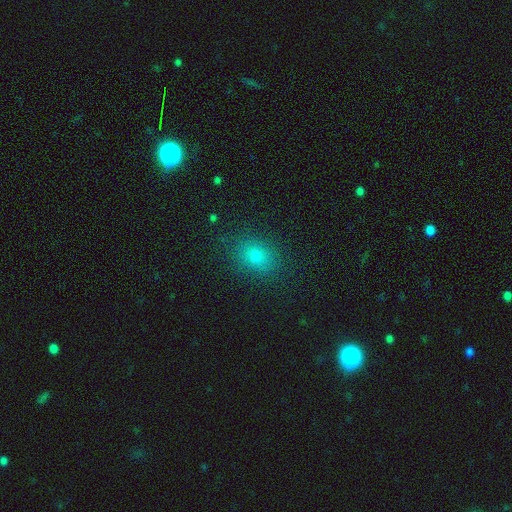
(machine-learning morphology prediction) Overall: smooth (76%). How rounded: in between (59%; round 39%). Merging: none (86%).